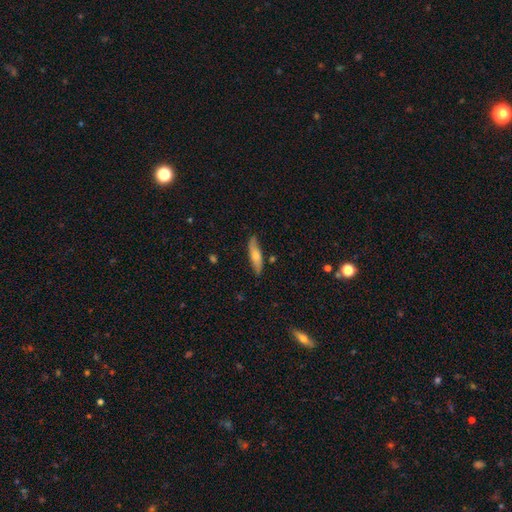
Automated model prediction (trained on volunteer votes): smooth 56%, featured or disk 38%, star or artifact 6%. Down the decision tree: how rounded — cigar-shaped (63%); merging — none (80%).